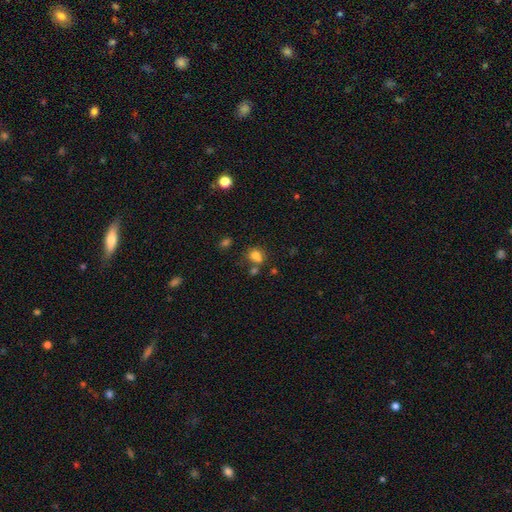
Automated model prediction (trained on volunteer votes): Morphology: type=smooth (76%); roundness=in between (54%); merging=none (51%).